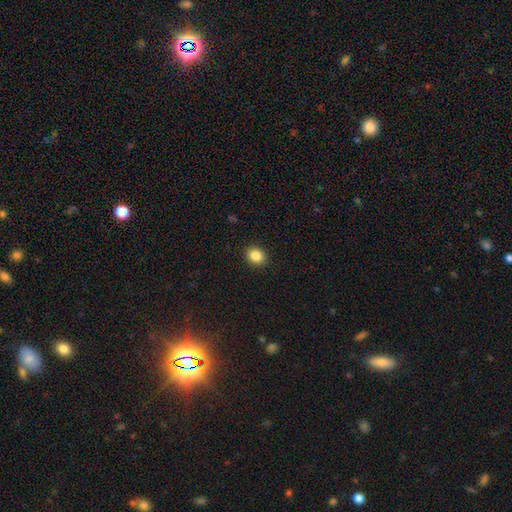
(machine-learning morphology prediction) smooth-or-featured: smooth: 86% | star or artifact: 10% | featured or disk: 4%
  how-rounded: round: 59% | in between: 40% | cigar-shaped: 1%
  merging: none: 91% | minor disturbance: 6% | major disturbance: 2% | merger: 1%